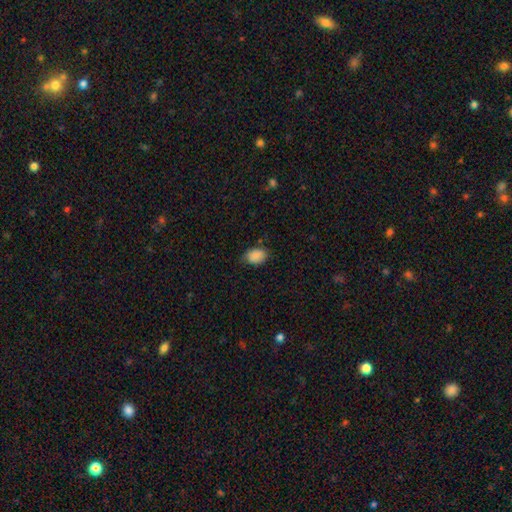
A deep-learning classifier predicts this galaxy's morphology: This is clearly a smooth galaxy (88%). How rounded: likely in between (76%). Merging: likely none (74%).